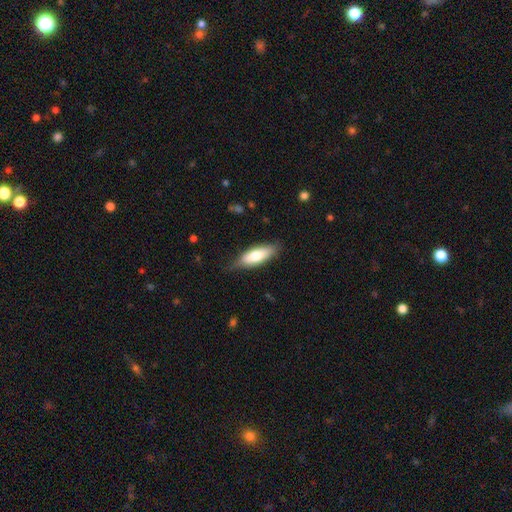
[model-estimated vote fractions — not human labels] smooth_or_featured: smooth (p=0.73) [alt: featured or disk p=0.21]
how_rounded: in between (p=0.64) [alt: cigar-shaped p=0.34]
merging: none (p=0.73) [alt: minor disturbance p=0.21]